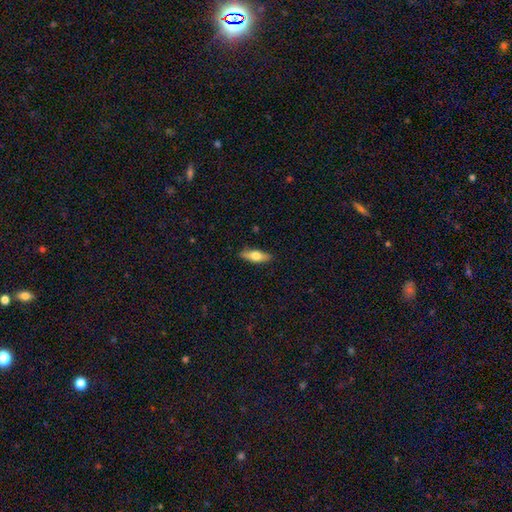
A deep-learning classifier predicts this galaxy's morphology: Smooth or featured: smooth — 61% (featured or disk — 33%)
How rounded: in between — 58% (cigar-shaped — 40%)
Merging: none — 87% (minor disturbance — 10%)